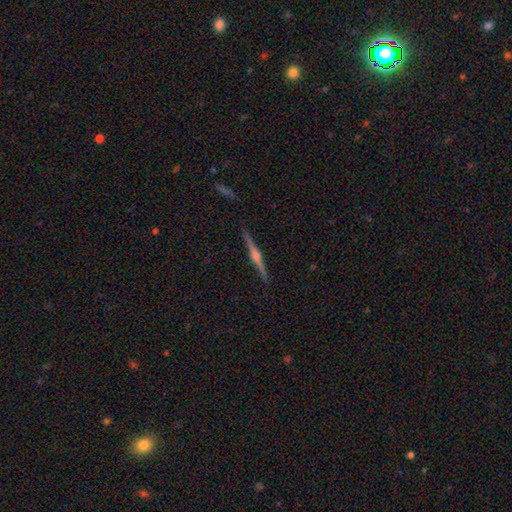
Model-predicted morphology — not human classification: type=featured or disk (81%); edge-on=yes (99%); edge-on bulge=rounded (87%); merging=none (92%).